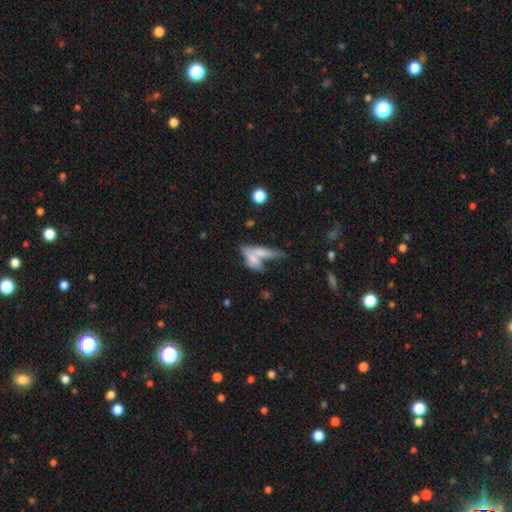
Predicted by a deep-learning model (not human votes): Morphology: type=smooth (63%); roundness=cigar-shaped (55%); merging=merger (55%).